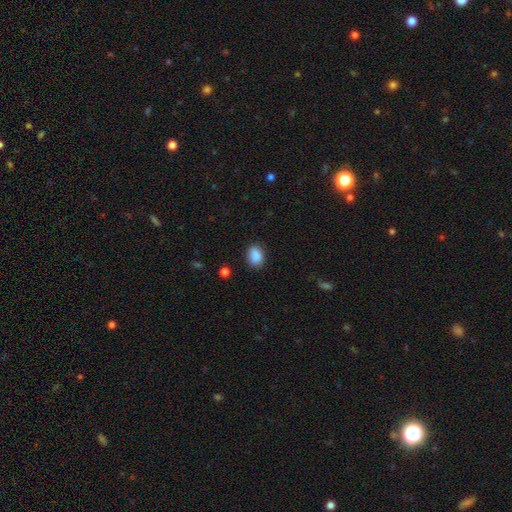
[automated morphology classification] This appears to be a smooth galaxy with no disk features (88%) that is in between round and cigar-shaped (76%). Merging: none (80%).